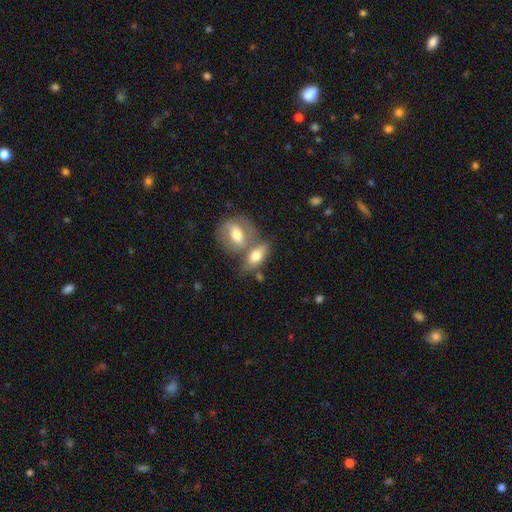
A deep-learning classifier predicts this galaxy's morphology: Smooth or featured: smooth — 67% (featured or disk — 27%)
How rounded: in between — 81% (round — 11%)
Merging: merger — 49% (none — 36%)